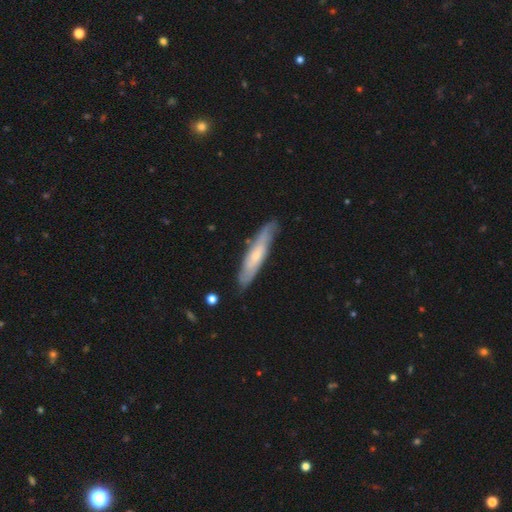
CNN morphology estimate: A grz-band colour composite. It shows a featured or disk galaxy (53%) viewed edge-on (56%). Merging: none (79%).